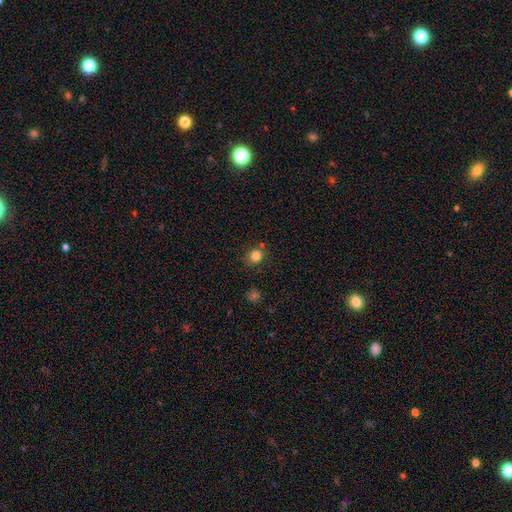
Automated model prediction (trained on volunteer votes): smooth-or-featured: smooth: 82% | star or artifact: 12% | featured or disk: 6%
  how-rounded: round: 76% | in between: 23% | cigar-shaped: 1%
  merging: none: 76% | minor disturbance: 13% | merger: 7% | major disturbance: 4%